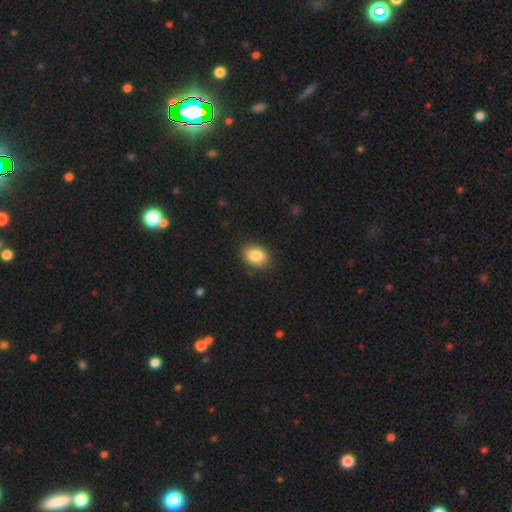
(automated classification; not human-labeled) A smooth galaxy with no disk features (86%) that is in between round and cigar-shaped (68%).

Vote fractions:
- Smooth or featured? smooth: 86% / star or artifact: 9% / featured or disk: 6%
- How rounded? in between: 68% / round: 31% / cigar-shaped: 1%
- Merging? none: 85% / minor disturbance: 11% / major disturbance: 3% / merger: 1%